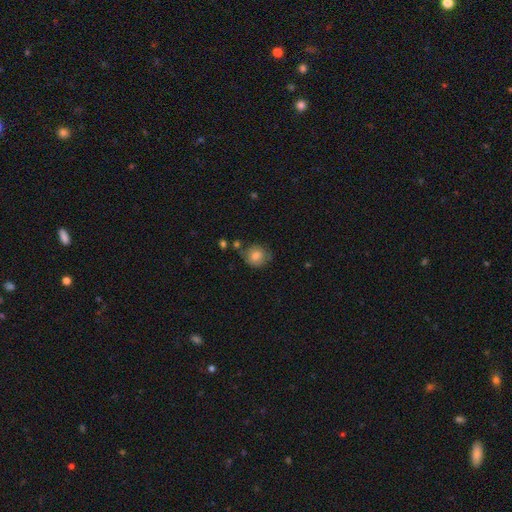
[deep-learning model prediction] Smooth or featured?
  - smooth: 75% *
  - featured or disk: 16%
  - star or artifact: 9%
How rounded?
  - round: 82% *
  - in between: 17%
  - cigar-shaped: 1%
Merging?
  - none: 66% *
  - minor disturbance: 21%
  - major disturbance: 6%
  - merger: 6%